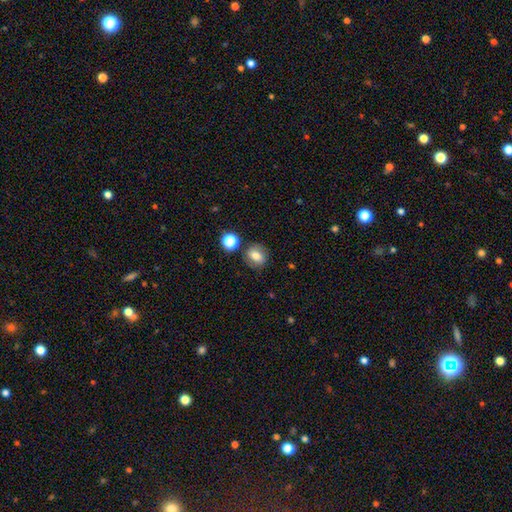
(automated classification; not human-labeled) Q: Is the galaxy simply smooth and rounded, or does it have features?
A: smooth — 71%.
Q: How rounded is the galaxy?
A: round — 64%.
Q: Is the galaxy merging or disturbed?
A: none — 79%.